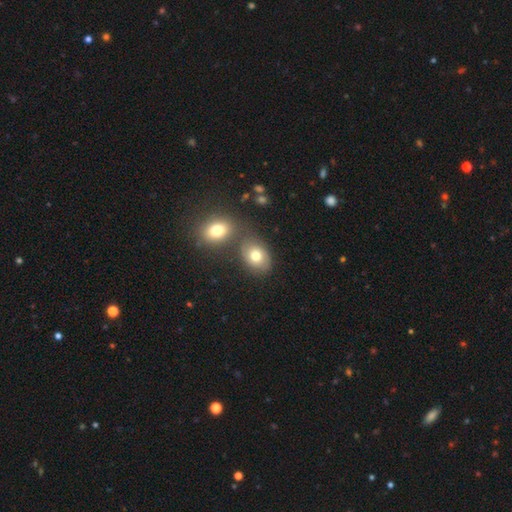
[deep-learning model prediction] Morphology: type=smooth (75%); roundness=in between (68%); merging=none (61%).